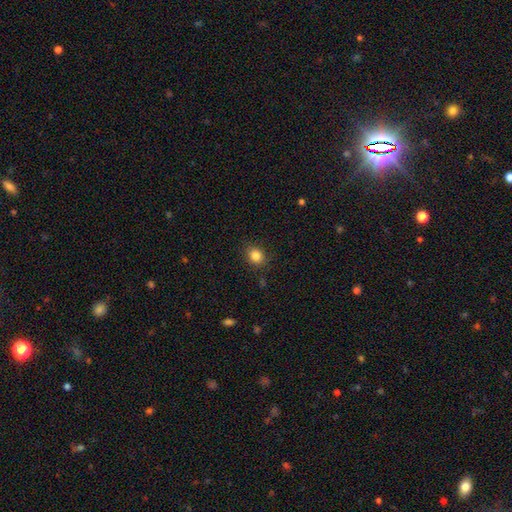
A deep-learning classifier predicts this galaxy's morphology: The model was most divided on "how rounded": round: 62%, in between: 37%, cigar-shaped: 1%. More confident: merging — none (86%); smooth or featured — smooth (84%).